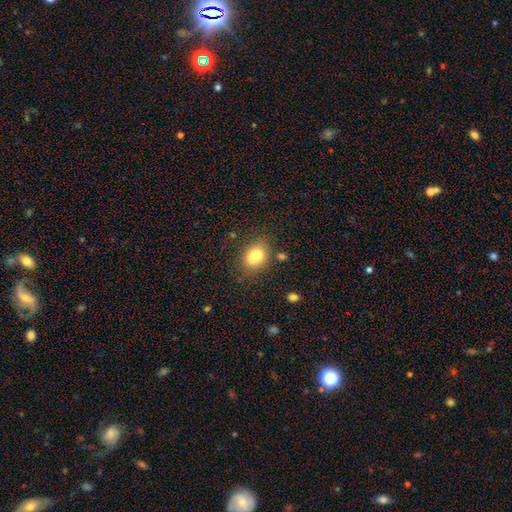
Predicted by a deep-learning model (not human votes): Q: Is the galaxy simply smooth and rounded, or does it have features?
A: smooth — 73%.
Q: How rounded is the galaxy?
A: in between — 65%.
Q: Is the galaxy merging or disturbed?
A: none — 50%.